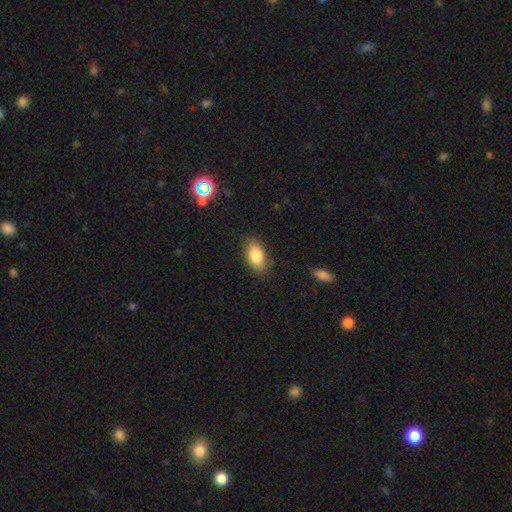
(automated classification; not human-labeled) Q: Smooth or featured?
A: smooth (84%); runner-up: featured or disk (9%)
Q: How rounded?
A: in between (90%); runner-up: round (6%)
Q: Merging?
A: none (83%); runner-up: minor disturbance (13%)